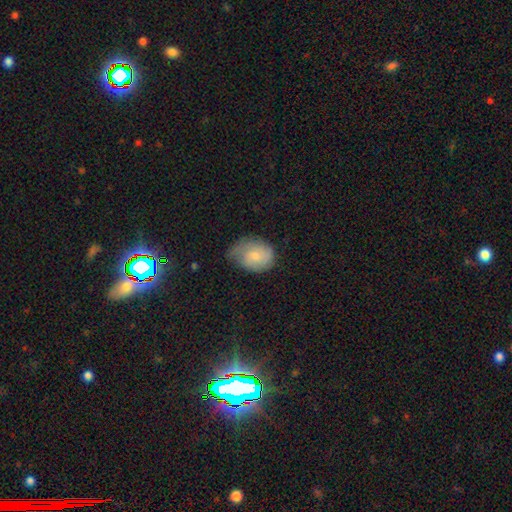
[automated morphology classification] Smooth or featured? smooth (62%)
How rounded? in between (63%)
Merging? none (42%)